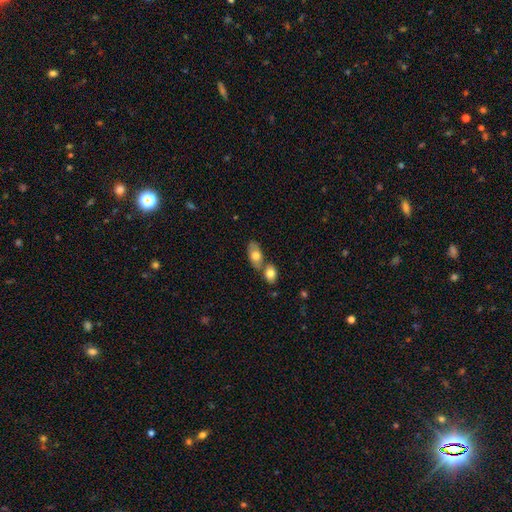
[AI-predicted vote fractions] Morphology: type=smooth (73%); roundness=in between (87%); merging=merger (48%).